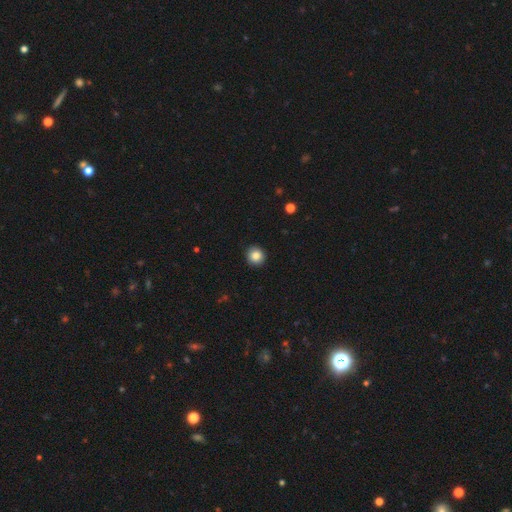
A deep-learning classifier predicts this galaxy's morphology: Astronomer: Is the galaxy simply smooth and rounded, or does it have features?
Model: smooth — 85%.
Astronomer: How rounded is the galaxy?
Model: round — 92%.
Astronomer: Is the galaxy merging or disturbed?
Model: none — 92%.